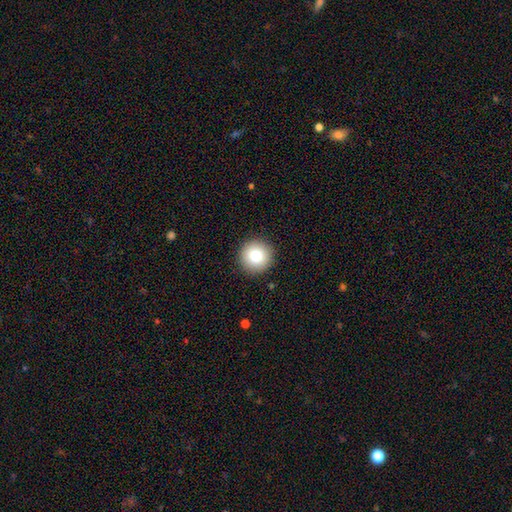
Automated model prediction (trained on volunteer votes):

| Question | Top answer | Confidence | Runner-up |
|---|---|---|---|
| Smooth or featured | smooth | 81% | star or artifact (10%) |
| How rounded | round | 96% | in between (3%) |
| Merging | none | 92% | minor disturbance (5%) |